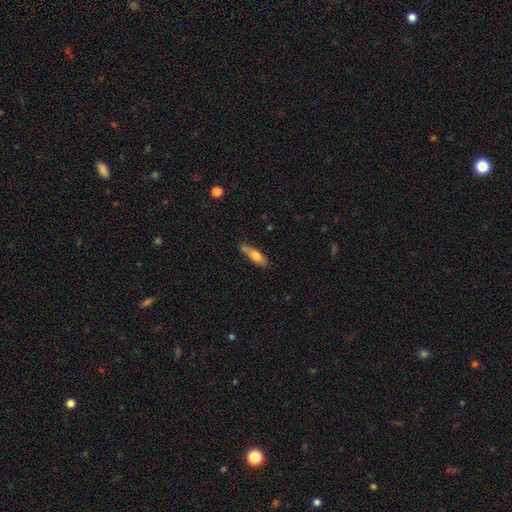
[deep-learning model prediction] A smooth galaxy with no disk features (70%) that is cigar-shaped (51%). Merging: none (61%).